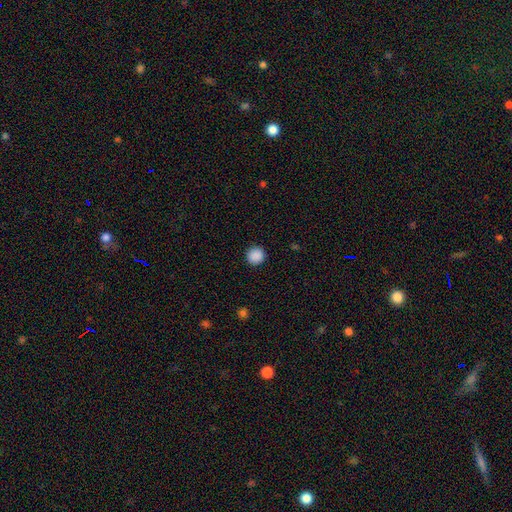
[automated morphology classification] A smooth galaxy with no disk features (89%) that is round (94%). Merging: none (92%).